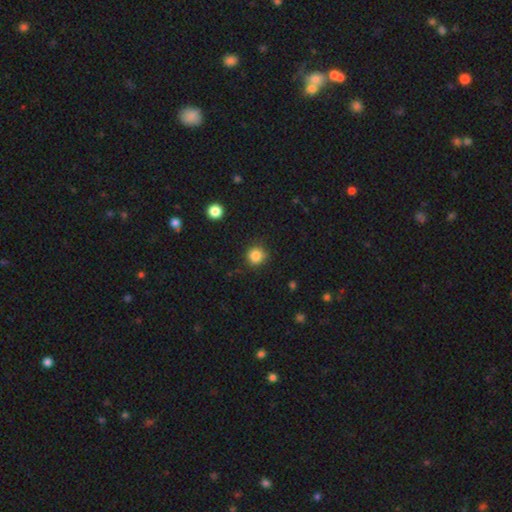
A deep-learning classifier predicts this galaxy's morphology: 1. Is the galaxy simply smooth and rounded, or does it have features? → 85% smooth, 11% star or artifact, 3% featured or disk.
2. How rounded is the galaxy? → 92% round, 7% in between, 1% cigar-shaped.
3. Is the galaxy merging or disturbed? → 85% none, 11% minor disturbance, 3% major disturbance, 1% merger.